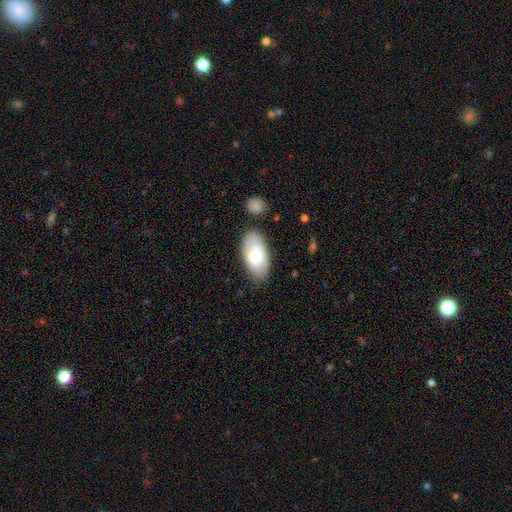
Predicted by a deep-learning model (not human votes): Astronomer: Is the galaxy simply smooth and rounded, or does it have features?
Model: smooth — 64%.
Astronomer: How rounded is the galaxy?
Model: in between — 94%.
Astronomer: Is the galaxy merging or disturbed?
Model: none — 74%.